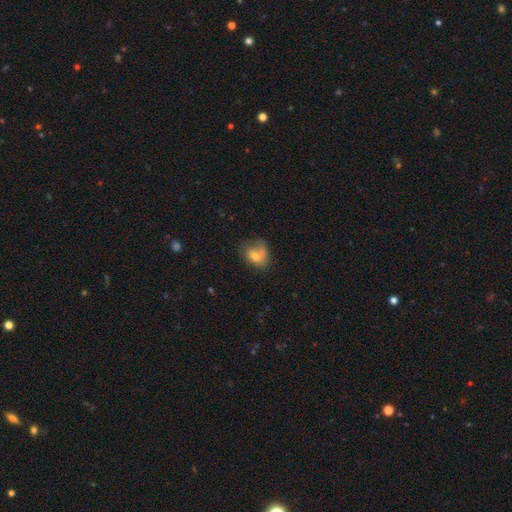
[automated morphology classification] Smooth or featured?
  - smooth: 59% *
  - featured or disk: 32%
  - star or artifact: 9%
How rounded?
  - in between: 64% *
  - round: 35%
  - cigar-shaped: 1%
Merging?
  - none: 41% *
  - minor disturbance: 26%
  - major disturbance: 23%
  - merger: 11%